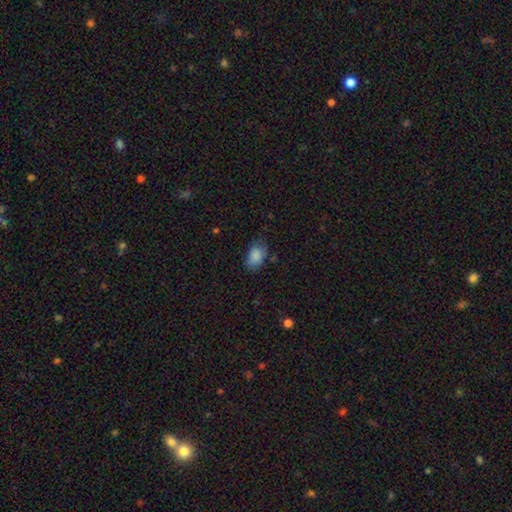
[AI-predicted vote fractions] Smooth or featured? smooth (86%)
How rounded? in between (89%)
Merging? none (67%)